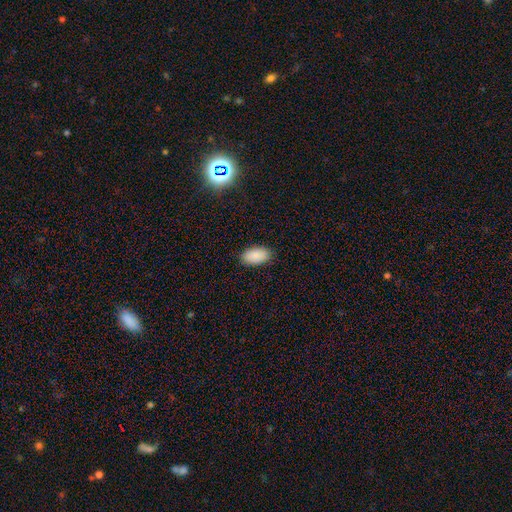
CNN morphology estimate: Smooth or featured? smooth (90%)
How rounded? in between (95%)
Merging? none (88%)